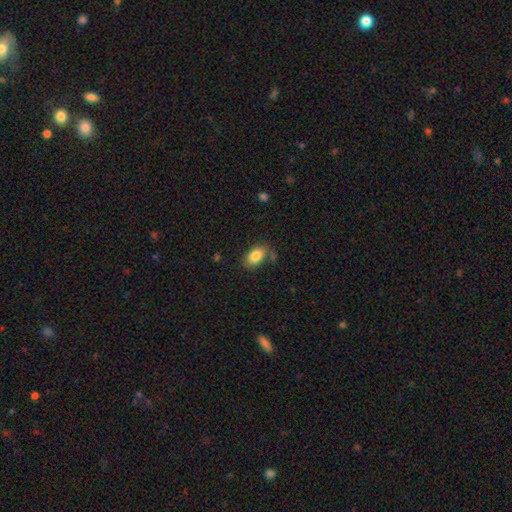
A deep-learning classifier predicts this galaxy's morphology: A smooth galaxy with no disk features (84%) that is in between round and cigar-shaped (90%).

Vote fractions:
- Smooth or featured? smooth: 84% / featured or disk: 8% / star or artifact: 8%
- How rounded? in between: 90% / round: 8% / cigar-shaped: 2%
- Merging? none: 73% / minor disturbance: 16% / merger: 6% / major disturbance: 5%